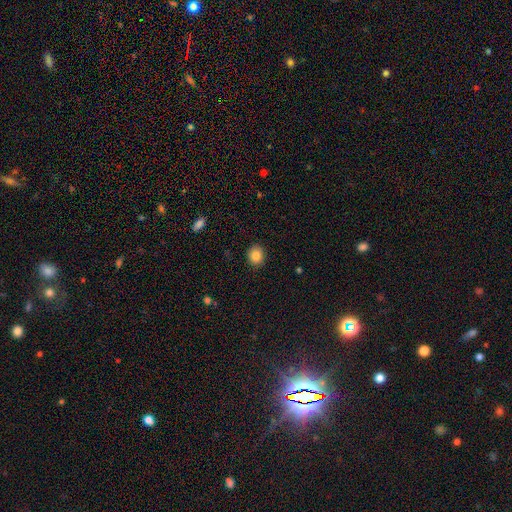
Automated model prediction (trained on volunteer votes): This is clearly a smooth galaxy (84%). How rounded: likely round (74%). Merging: clearly none (90%).